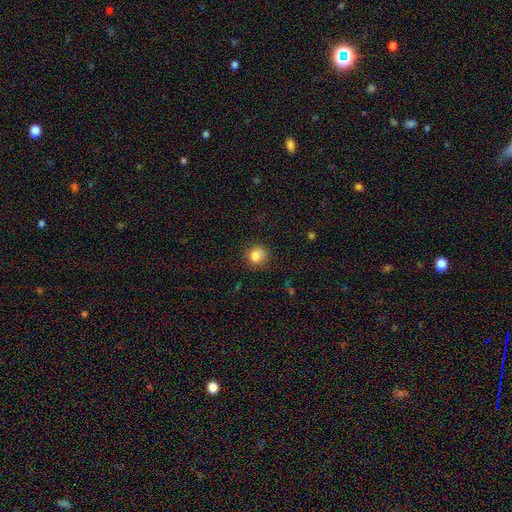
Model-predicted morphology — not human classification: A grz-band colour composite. It shows a smooth galaxy with no disk features (82%) that is round (89%). Merging: none (81%).